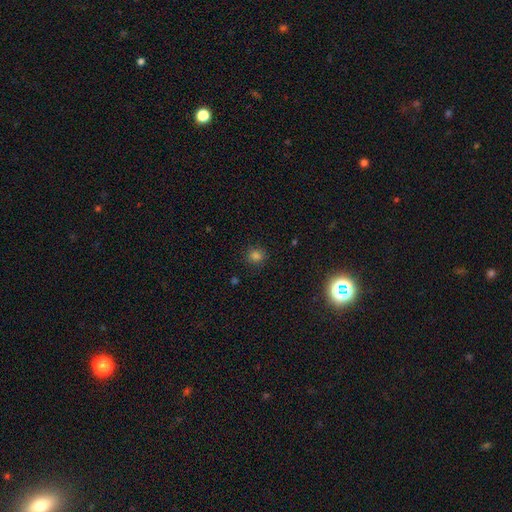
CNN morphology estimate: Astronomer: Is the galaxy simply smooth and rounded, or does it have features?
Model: smooth — 78%.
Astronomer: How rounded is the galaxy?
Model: round — 89%.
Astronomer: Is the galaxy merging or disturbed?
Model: none — 88%.